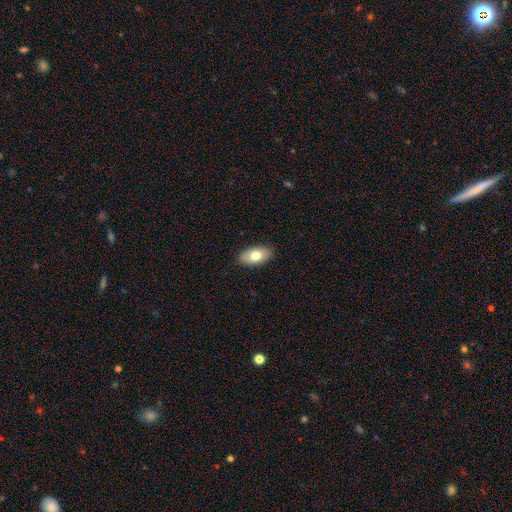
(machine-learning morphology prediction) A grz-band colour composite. It shows a smooth galaxy with no disk features (75%) that is in between round and cigar-shaped (93%). Merging: none (88%).